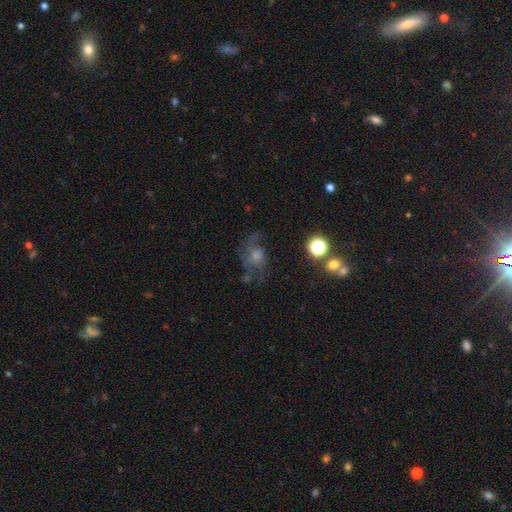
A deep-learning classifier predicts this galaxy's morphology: smooth-or-featured: featured or disk: 61% | smooth: 21% | star or artifact: 19%
  disk-edge-on: no: 96% | yes: 4%
    bar: no: 75% | weak: 22% | strong: 3%
    has-spiral-arms: yes: 86% | no: 14%
    bulge-size: moderate: 45% | small: 34% | large: 10% | none: 9% | dominant: 2%
  merging: none: 57% | major disturbance: 20% | minor disturbance: 20% | merger: 4%